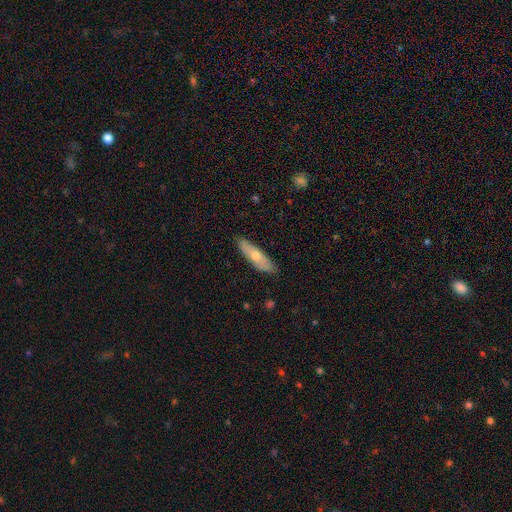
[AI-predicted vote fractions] This is likely a smooth galaxy (61%). How rounded: possibly cigar-shaped (57%). Merging: clearly none (84%).